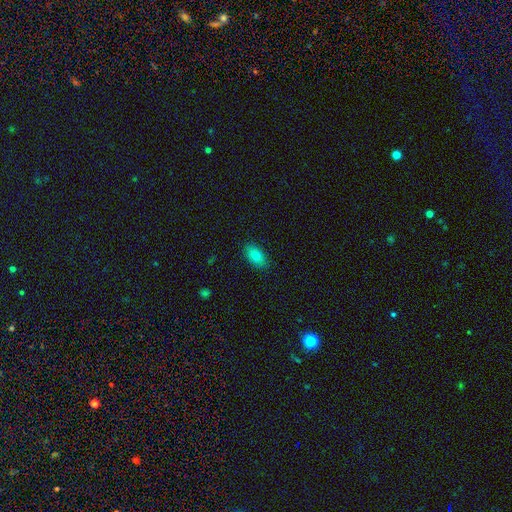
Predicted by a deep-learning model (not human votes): Overall: smooth (79%). How rounded: in between (91%). Merging: none (88%).